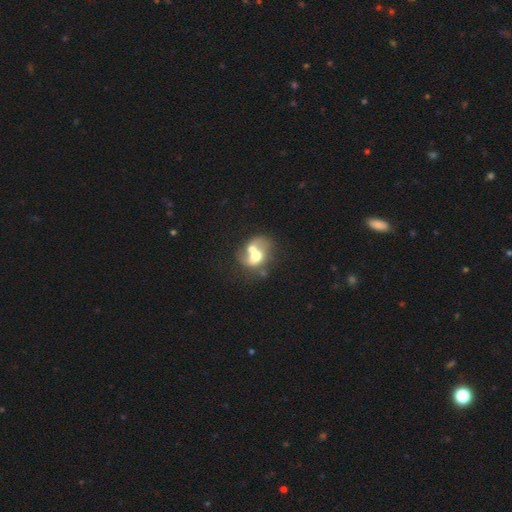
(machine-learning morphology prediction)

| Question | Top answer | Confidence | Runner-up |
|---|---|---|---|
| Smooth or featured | smooth | 49% | featured or disk (42%) |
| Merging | merger | 68% | none (16%) |